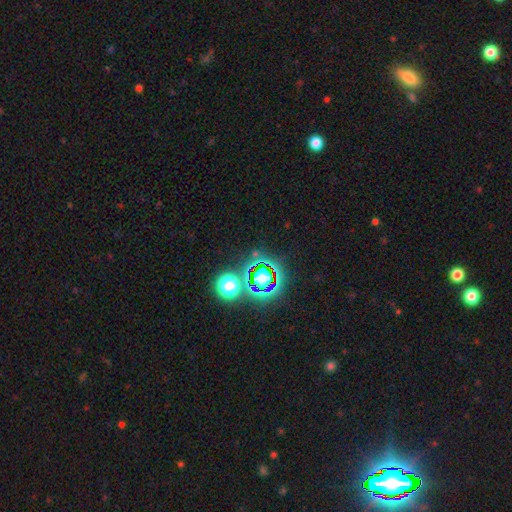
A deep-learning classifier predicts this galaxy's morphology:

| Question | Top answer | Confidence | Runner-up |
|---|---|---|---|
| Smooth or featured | star or artifact | 68% | smooth (21%) |